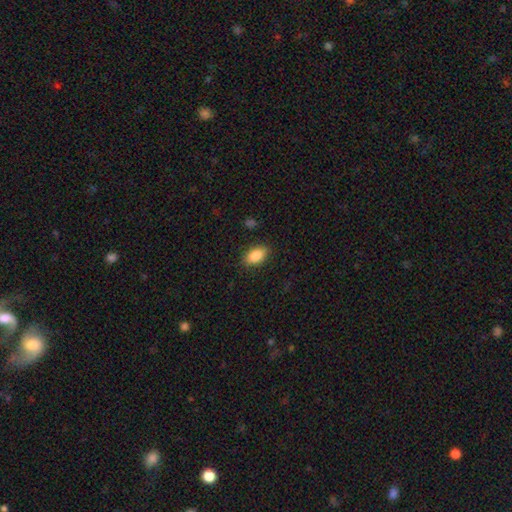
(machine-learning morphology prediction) smooth_or_featured: smooth (p=0.87) [alt: star or artifact p=0.07]
how_rounded: in between (p=0.91) [alt: round p=0.06]
merging: none (p=0.87) [alt: minor disturbance p=0.09]